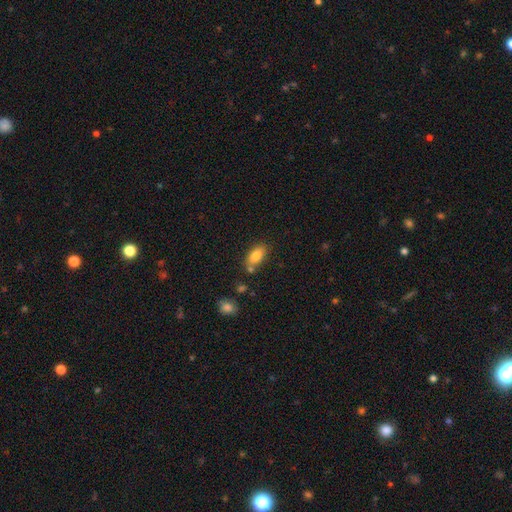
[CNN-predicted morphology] Q: Smooth or featured?
A: smooth (83%); runner-up: featured or disk (9%)
Q: How rounded?
A: in between (89%); runner-up: cigar-shaped (7%)
Q: Merging?
A: none (70%); runner-up: minor disturbance (15%)